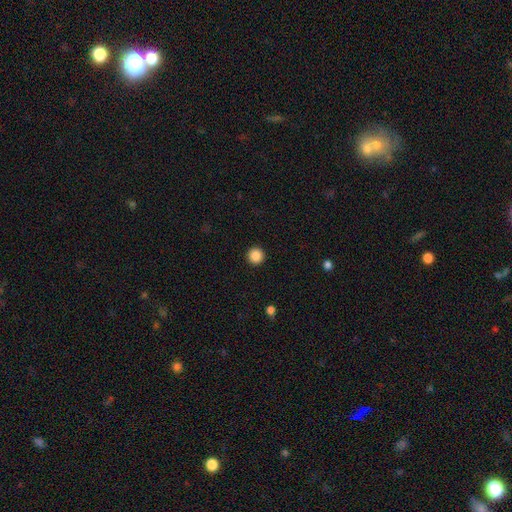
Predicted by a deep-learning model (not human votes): The model was most divided on "smooth or featured": smooth: 87%, star or artifact: 10%, featured or disk: 3%. More confident: how rounded — round (96%); merging — none (94%).